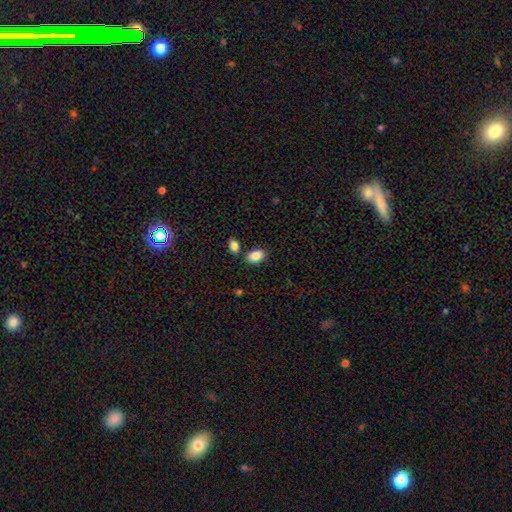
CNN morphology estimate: This is clearly a smooth galaxy (87%). How rounded: clearly in between (90%). Merging: likely none (77%).